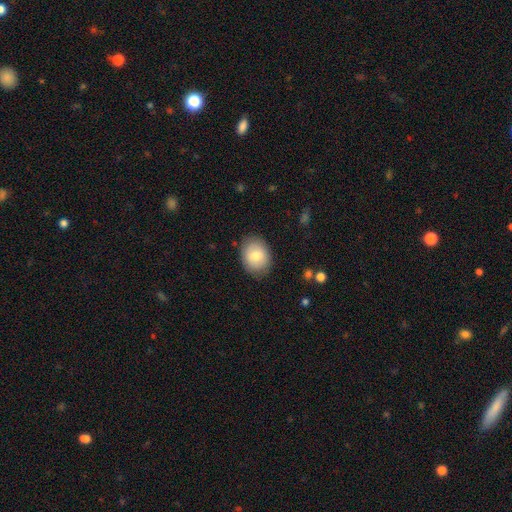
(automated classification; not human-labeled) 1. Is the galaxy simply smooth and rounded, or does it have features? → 78% smooth, 15% featured or disk, 7% star or artifact.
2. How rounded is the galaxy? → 53% in between, 47% round, 1% cigar-shaped.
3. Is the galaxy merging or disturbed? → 84% none, 12% minor disturbance, 3% major disturbance, 1% merger.